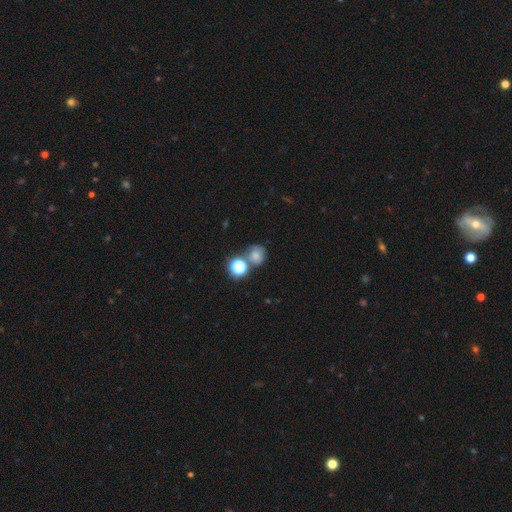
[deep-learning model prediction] Smooth or featured: smooth — 69% (star or artifact — 20%)
How rounded: round — 79% (in between — 20%)
Merging: none — 55% (merger — 26%)